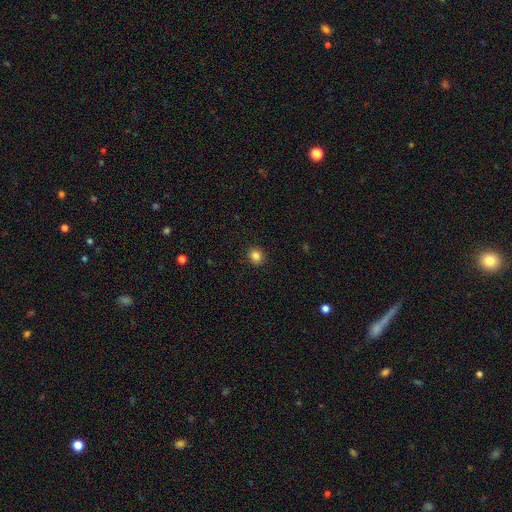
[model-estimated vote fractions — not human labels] Q: Smooth or featured?
A: smooth (85%); runner-up: star or artifact (11%)
Q: How rounded?
A: round (78%); runner-up: in between (21%)
Q: Merging?
A: none (91%); runner-up: minor disturbance (6%)